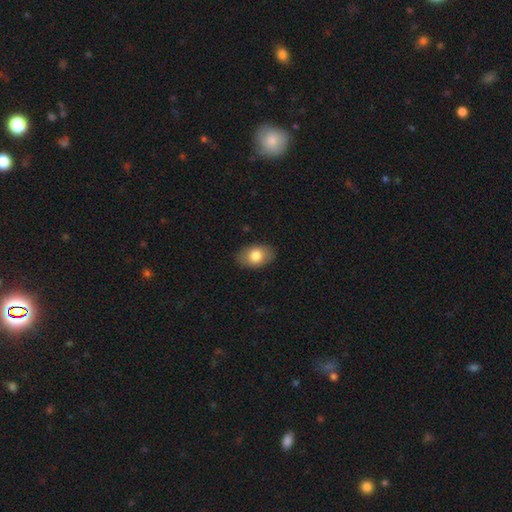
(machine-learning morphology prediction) This is likely a smooth galaxy (79%). How rounded: clearly in between (87%). Merging: clearly none (86%).